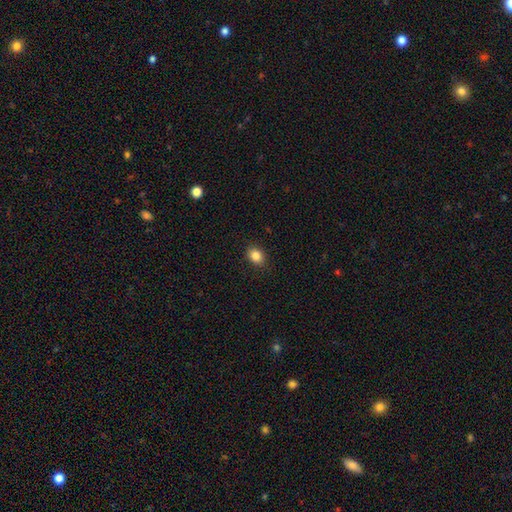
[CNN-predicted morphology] Smooth or featured?
  - smooth: 86% *
  - star or artifact: 10%
  - featured or disk: 5%
How rounded?
  - in between: 59% *
  - round: 40%
  - cigar-shaped: 1%
Merging?
  - none: 89% *
  - minor disturbance: 8%
  - major disturbance: 2%
  - merger: 1%